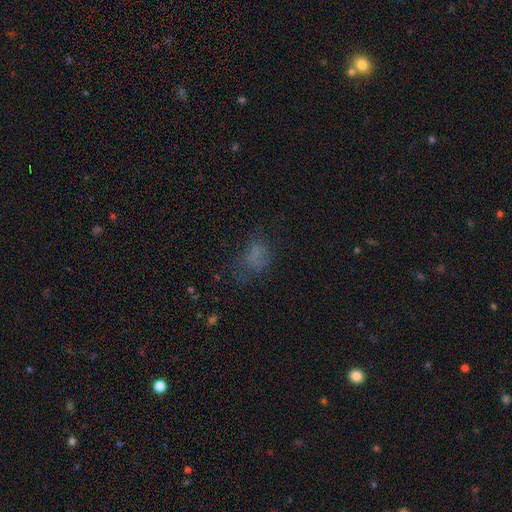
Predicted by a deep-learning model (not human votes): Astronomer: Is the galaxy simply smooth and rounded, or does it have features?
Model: smooth — 58%.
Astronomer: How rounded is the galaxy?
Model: in between — 75%.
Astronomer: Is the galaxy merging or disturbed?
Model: none — 45% (runner-up: major disturbance, 29%).